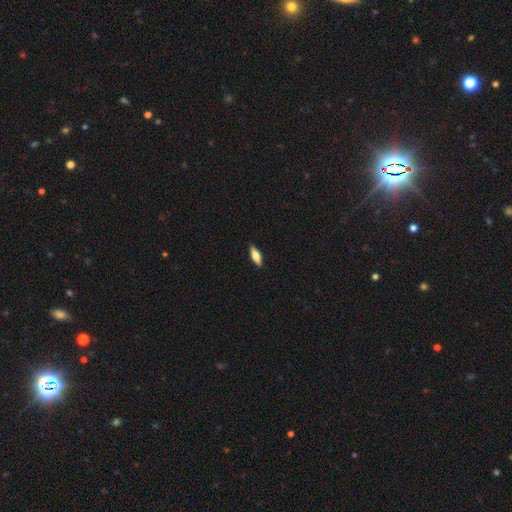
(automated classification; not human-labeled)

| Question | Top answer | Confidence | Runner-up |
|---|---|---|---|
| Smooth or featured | smooth | 71% | featured or disk (22%) |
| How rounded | in between | 68% | cigar-shaped (29%) |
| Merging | none | 89% | minor disturbance (8%) |